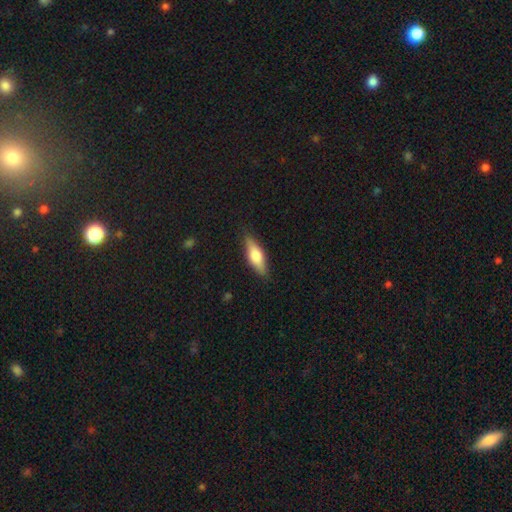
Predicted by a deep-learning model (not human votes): A smooth galaxy with no disk features (61%) that is in between round and cigar-shaped (57%). Merging: none (85%).